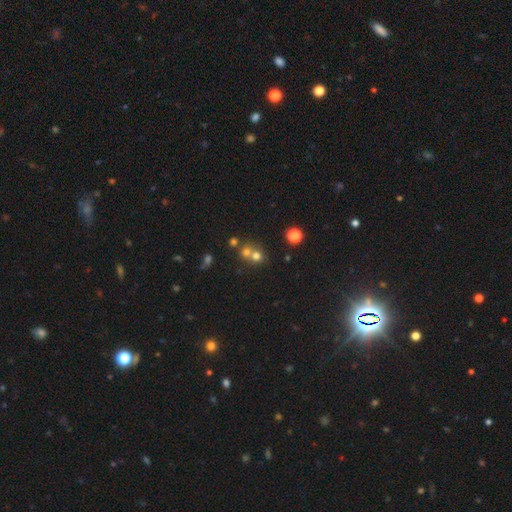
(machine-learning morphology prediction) Smooth or featured? smooth (67%)
How rounded? round (83%)
Merging? merger (52%)